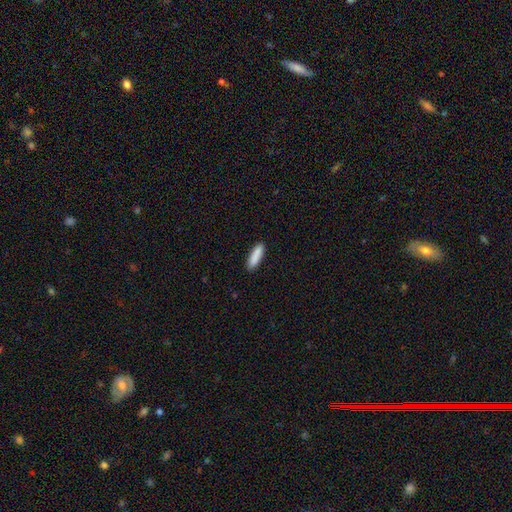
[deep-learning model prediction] Smooth or featured: smooth — 89% (star or artifact — 6%)
How rounded: cigar-shaped — 67% (in between — 32%)
Merging: none — 89% (minor disturbance — 8%)